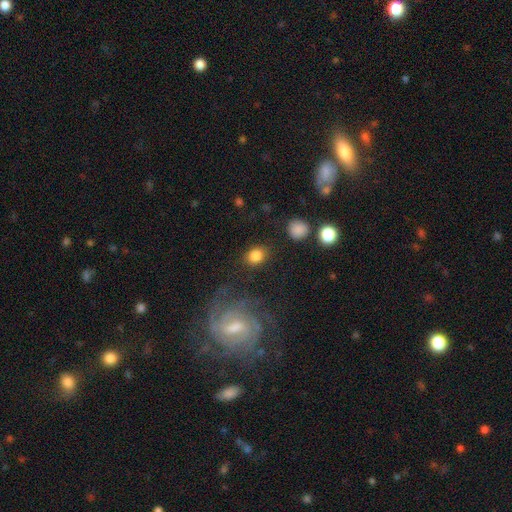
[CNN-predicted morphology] This is clearly a smooth galaxy (83%). How rounded: possibly round (54%). Merging: clearly none (80%).